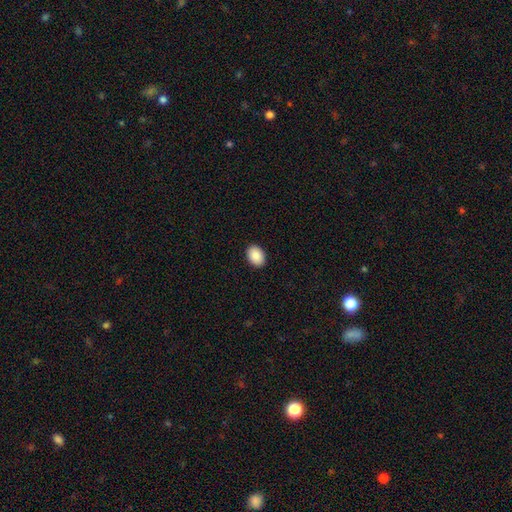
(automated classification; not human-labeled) A smooth galaxy with no disk features (89%) that is in between round and cigar-shaped (79%).

Vote fractions:
- Smooth or featured? smooth: 89% / star or artifact: 7% / featured or disk: 4%
- How rounded? in between: 79% / round: 20% / cigar-shaped: 1%
- Merging? none: 91% / minor disturbance: 6% / major disturbance: 2% / merger: 1%